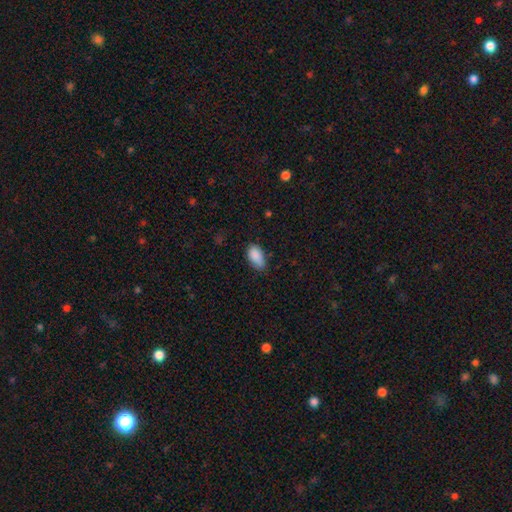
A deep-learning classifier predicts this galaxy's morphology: Smooth or featured? smooth (88%)
How rounded? in between (93%)
Merging? none (65%)